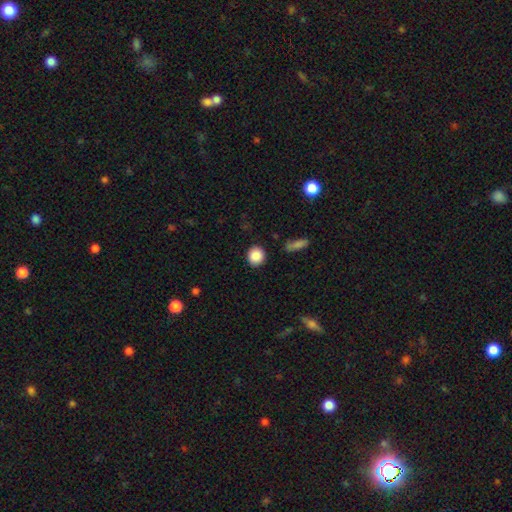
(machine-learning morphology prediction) Overall: smooth (88%). How rounded: round (84%). Merging: none (88%).